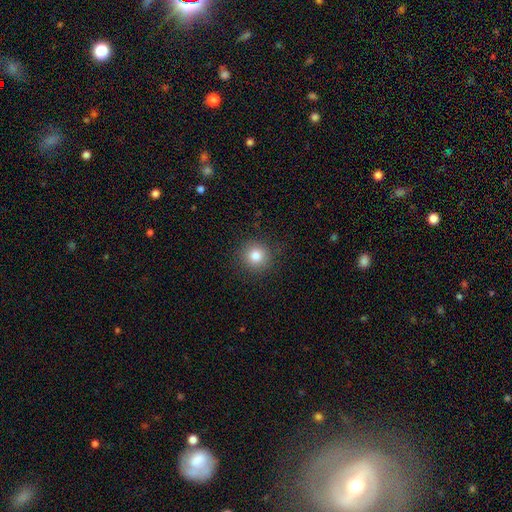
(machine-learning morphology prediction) smooth_or_featured: smooth (p=0.82) [alt: star or artifact p=0.11]
how_rounded: round (p=0.93) [alt: in between p=0.06]
merging: none (p=0.90) [alt: minor disturbance p=0.07]